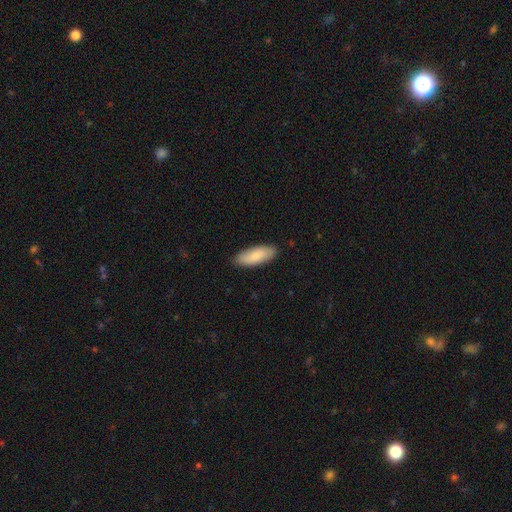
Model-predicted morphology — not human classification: A smooth galaxy with no disk features (82%) that is in between round and cigar-shaped (78%).

Vote fractions:
- Smooth or featured? smooth: 82% / featured or disk: 12% / star or artifact: 5%
- How rounded? in between: 78% / cigar-shaped: 21% / round: 2%
- Merging? none: 87% / minor disturbance: 10% / major disturbance: 2% / merger: 1%